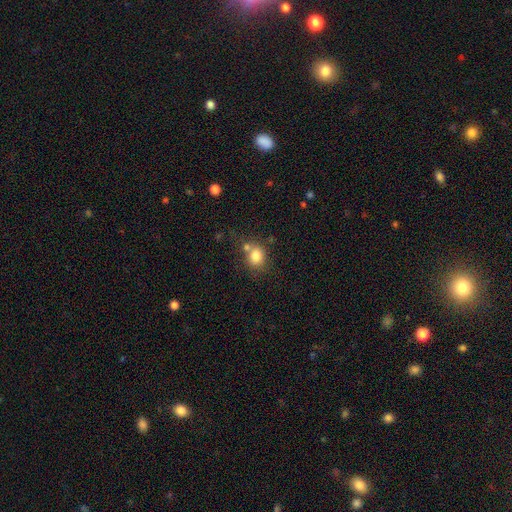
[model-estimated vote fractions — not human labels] Smooth or featured: smooth — 81% (star or artifact — 11%)
How rounded: round — 67% (in between — 32%)
Merging: none — 54% (merger — 27%)